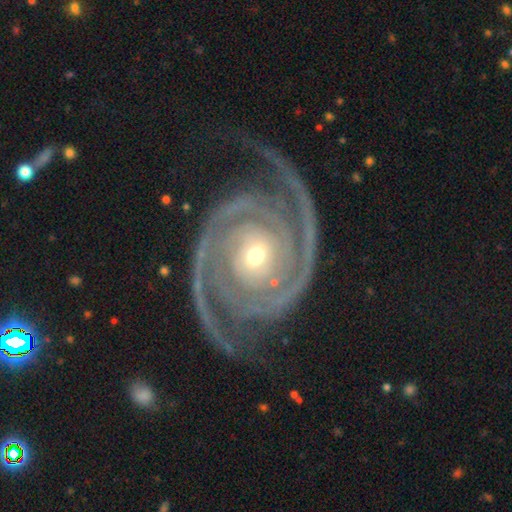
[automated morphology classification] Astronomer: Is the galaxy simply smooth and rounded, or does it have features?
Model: featured or disk — 93%.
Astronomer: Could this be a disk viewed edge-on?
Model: no — 98%.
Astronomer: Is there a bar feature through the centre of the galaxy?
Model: no — 60%.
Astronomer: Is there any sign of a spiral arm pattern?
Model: yes — 98%.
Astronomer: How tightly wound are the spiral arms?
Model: tight — 70%.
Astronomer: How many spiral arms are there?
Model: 2 — 73%.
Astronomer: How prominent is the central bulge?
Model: small — 56% (runner-up: moderate, 40%).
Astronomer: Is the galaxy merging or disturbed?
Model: none — 71%.